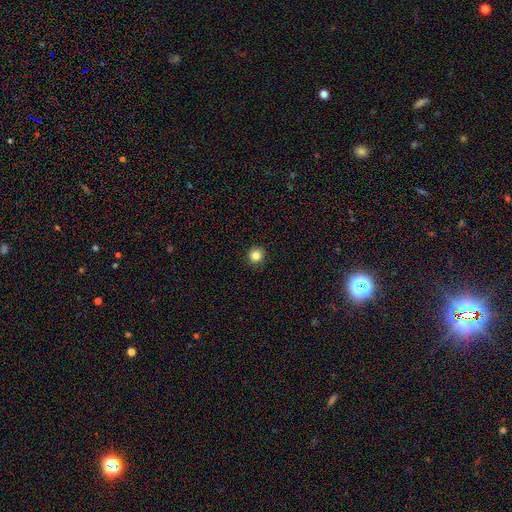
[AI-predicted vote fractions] A smooth galaxy with no disk features (85%) that is round (94%).

Vote fractions:
- Smooth or featured? smooth: 85% / star or artifact: 11% / featured or disk: 4%
- How rounded? round: 94% / in between: 5% / cigar-shaped: 1%
- Merging? none: 92% / minor disturbance: 5% / major disturbance: 2% / merger: 1%